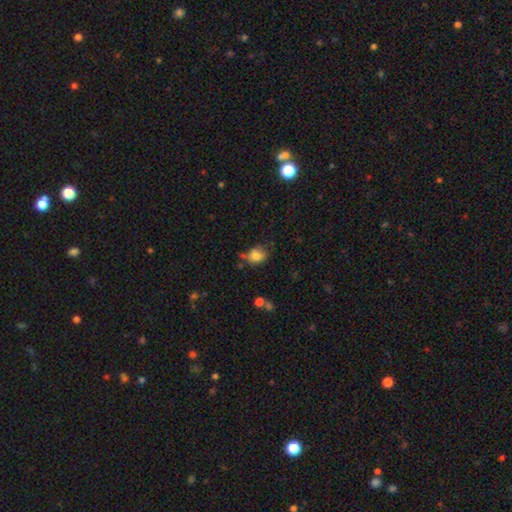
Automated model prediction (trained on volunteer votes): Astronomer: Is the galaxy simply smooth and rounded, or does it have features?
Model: smooth — 79%.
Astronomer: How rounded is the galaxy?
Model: in between — 50% (runner-up: round, 48%).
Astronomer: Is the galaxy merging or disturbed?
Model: none — 53%.